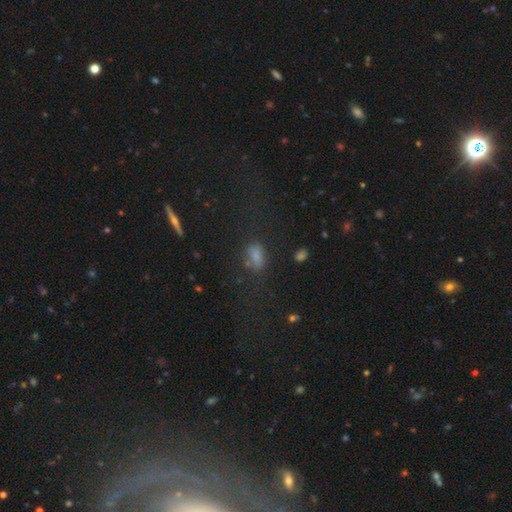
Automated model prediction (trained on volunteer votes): The model was most divided on "smooth or featured": smooth: 62%, star or artifact: 24%, featured or disk: 14%. More confident: how rounded — in between (76%); merging — none (65%).